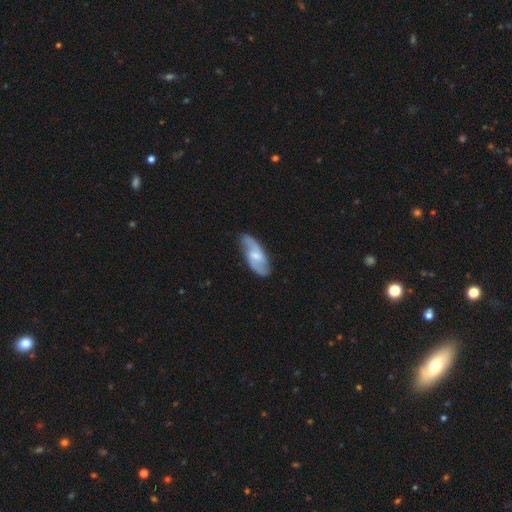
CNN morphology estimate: smooth-or-featured: featured or disk: 65% | smooth: 29% | star or artifact: 5%
  disk-edge-on: no: 91% | yes: 9%
    bar: weak: 55% | no: 30% | strong: 15%
    has-spiral-arms: yes: 89% | no: 11%
      spiral-winding: loose: 48% | medium: 38% | tight: 13%
      spiral-arm-count: 2: 86% | can't tell: 8% | 1: 2% | 3: 1% | 4: 1% | more than 4: 1%
    bulge-size: moderate: 46% | small: 38% | none: 9% | large: 6% | dominant: 1%
  merging: none: 77% | minor disturbance: 17% | major disturbance: 4% | merger: 2%